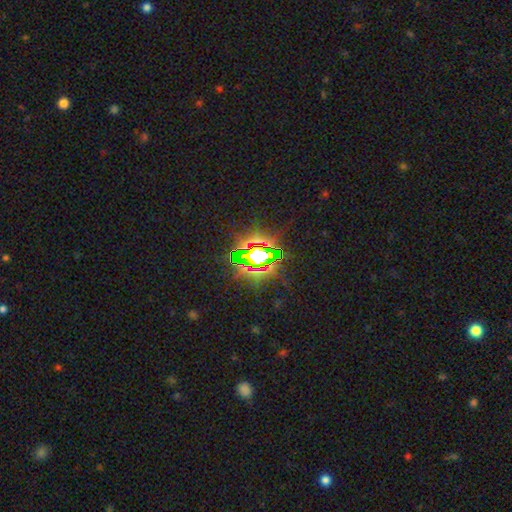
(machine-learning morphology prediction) smooth-or-featured: star or artifact: 79% | featured or disk: 11% | smooth: 10%